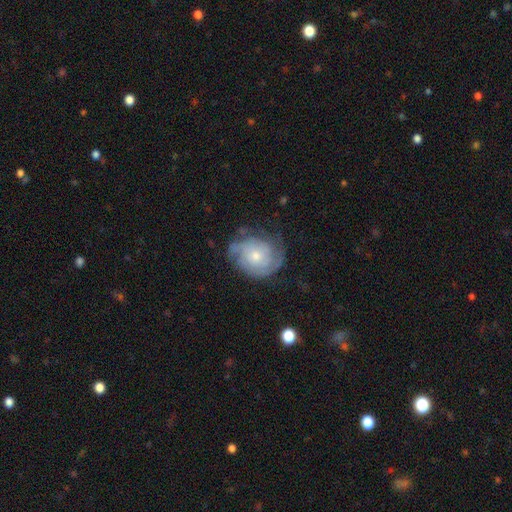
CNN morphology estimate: Smooth or featured? featured or disk (77%)
Edge-on disk? no (97%)
Bar? no (81%)
Spiral arms? yes (92%)
Spiral winding? tight (67%)
Spiral arm count? can't tell (36%)
Bulge size? small (53%)
Merging? none (67%)